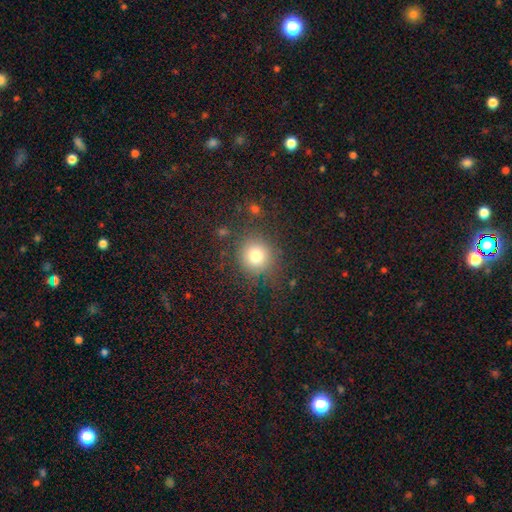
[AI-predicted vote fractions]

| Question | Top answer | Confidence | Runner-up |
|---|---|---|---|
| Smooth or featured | smooth | 78% | star or artifact (14%) |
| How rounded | round | 89% | in between (10%) |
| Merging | none | 82% | minor disturbance (11%) |